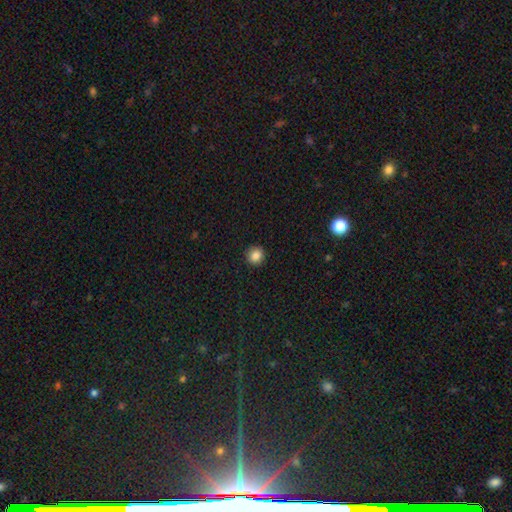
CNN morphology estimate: Smooth or featured? smooth (86%)
How rounded? round (91%)
Merging? none (93%)